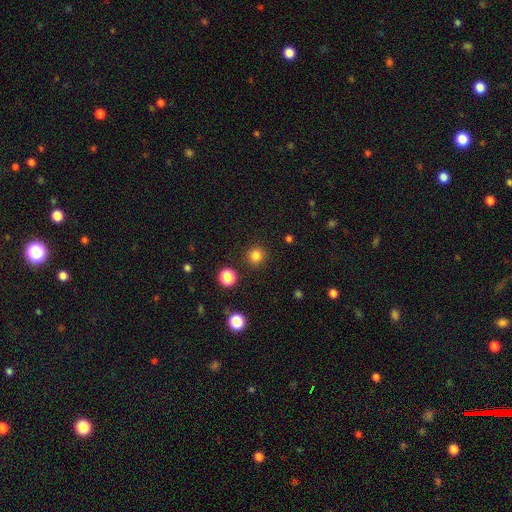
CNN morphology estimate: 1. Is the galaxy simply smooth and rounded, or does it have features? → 82% smooth, 14% star or artifact, 4% featured or disk.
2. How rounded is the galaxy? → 95% round, 4% in between, 1% cigar-shaped.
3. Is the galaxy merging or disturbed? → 91% none, 5% minor disturbance, 2% major disturbance, 2% merger.